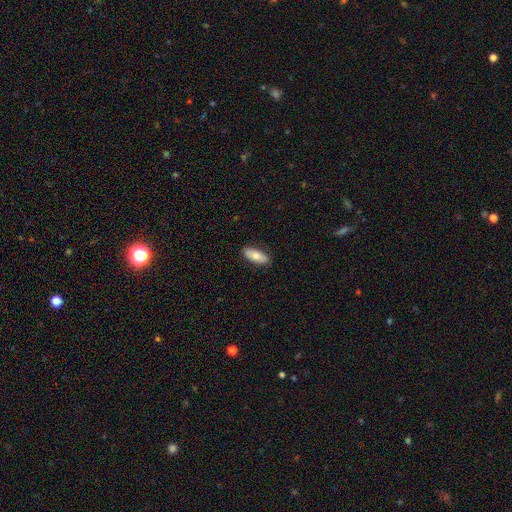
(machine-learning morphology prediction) Smooth or featured?
  - smooth: 70% *
  - featured or disk: 24%
  - star or artifact: 6%
How rounded?
  - in between: 81% *
  - cigar-shaped: 17%
  - round: 3%
Merging?
  - none: 86% *
  - minor disturbance: 11%
  - major disturbance: 2%
  - merger: 1%